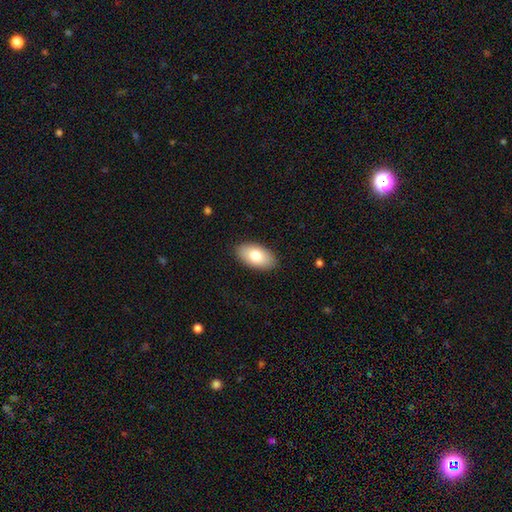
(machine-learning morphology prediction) smooth_or_featured: smooth (p=0.77) [alt: featured or disk p=0.17]
how_rounded: in between (p=0.94) [alt: round p=0.04]
merging: none (p=0.88) [alt: minor disturbance p=0.09]